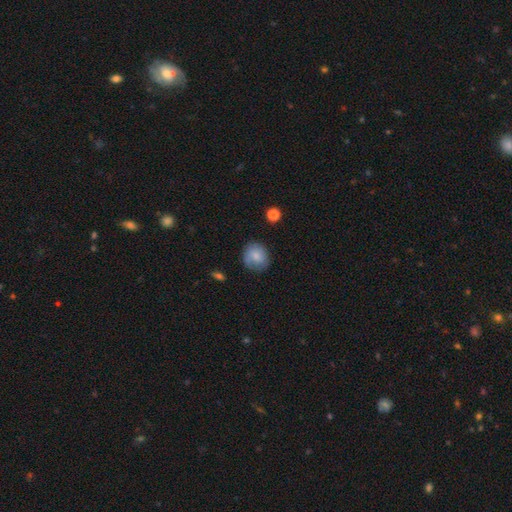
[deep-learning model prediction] Q: Smooth or featured?
A: smooth (78%); runner-up: featured or disk (14%)
Q: How rounded?
A: round (78%); runner-up: in between (21%)
Q: Merging?
A: none (75%); runner-up: minor disturbance (19%)